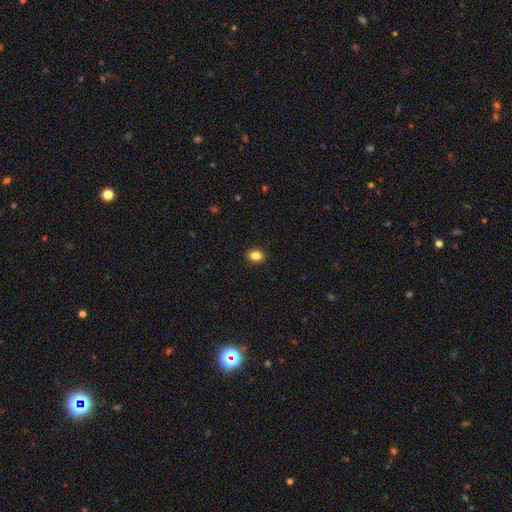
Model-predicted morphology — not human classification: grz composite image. It shows a smooth galaxy with no disk features (85%) that is in between round and cigar-shaped (59%). Merging: none (91%).